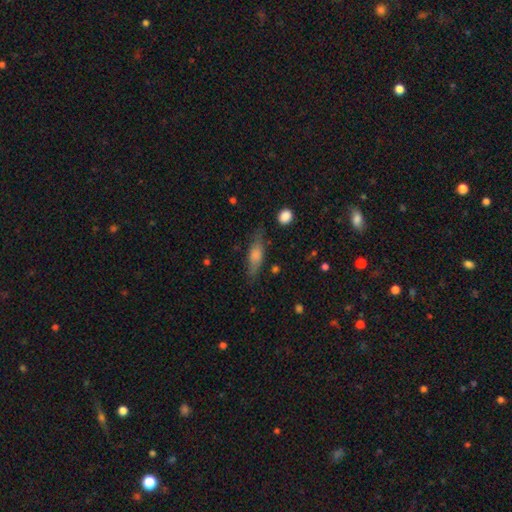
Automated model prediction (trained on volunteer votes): This is possibly a smooth galaxy (55%). How rounded: possibly cigar-shaped (54%). Merging: likely none (76%).